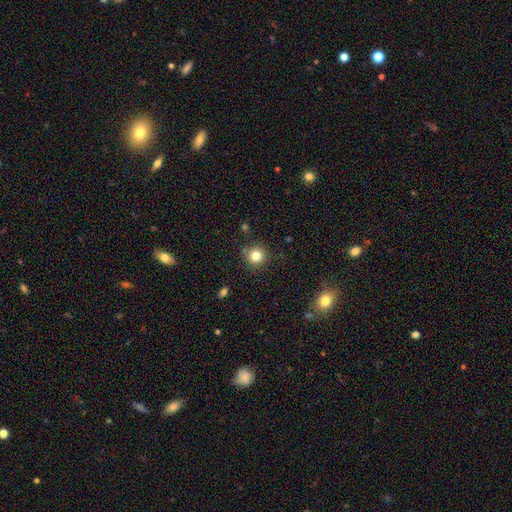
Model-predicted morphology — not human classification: Smooth or featured: smooth — 82% (star or artifact — 12%)
How rounded: round — 94% (in between — 5%)
Merging: none — 86% (minor disturbance — 8%)